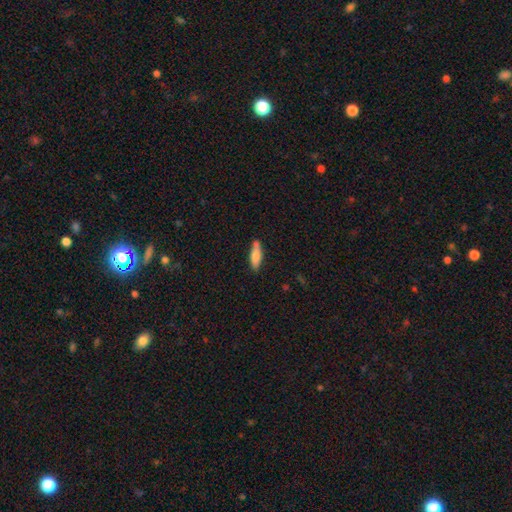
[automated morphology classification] This appears to be a smooth galaxy with no disk features (75%) that is cigar-shaped (60%). Merging: none (77%).